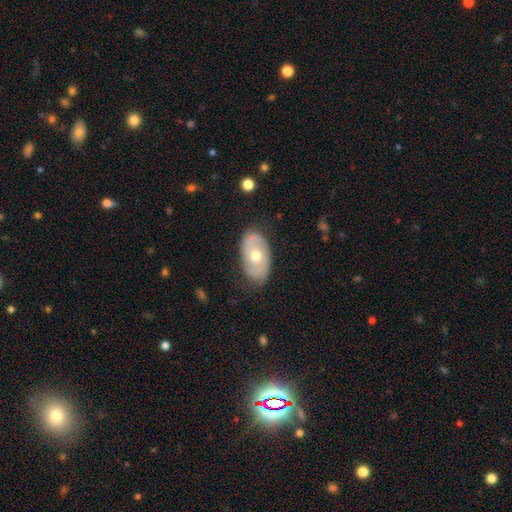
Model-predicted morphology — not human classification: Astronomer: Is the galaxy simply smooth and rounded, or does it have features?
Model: featured or disk — 47% (runner-up: smooth, 46%).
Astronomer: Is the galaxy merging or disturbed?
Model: none — 72%.